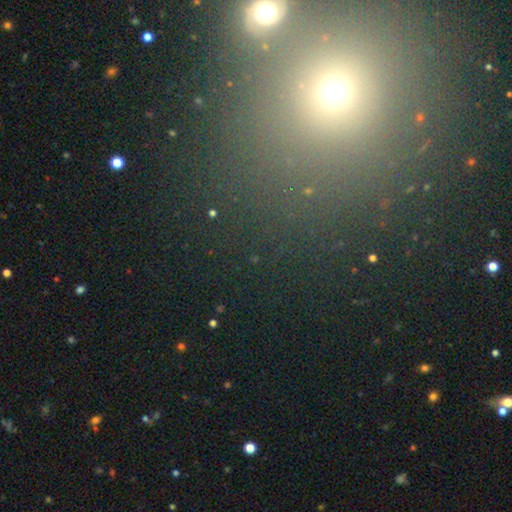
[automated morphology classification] smooth_or_featured: star or artifact (p=0.57) [alt: smooth p=0.33]